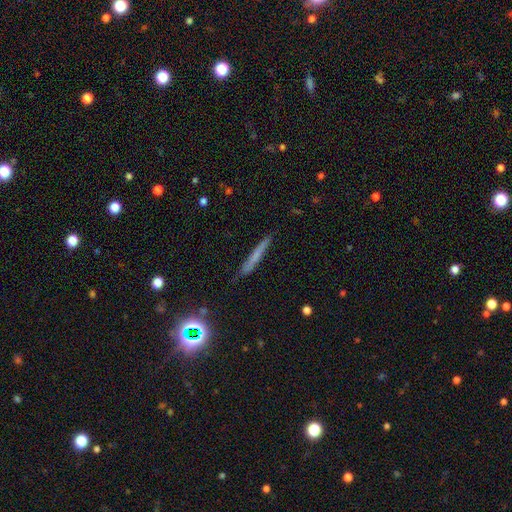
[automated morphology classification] Smooth or featured? Predicted: smooth (p=0.56). How rounded? Predicted: cigar-shaped (p=0.94). Merging? Predicted: none (p=0.85).